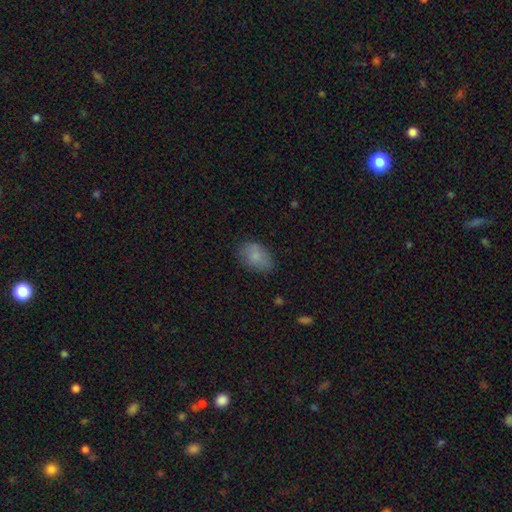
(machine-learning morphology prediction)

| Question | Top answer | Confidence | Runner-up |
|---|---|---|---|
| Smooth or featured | smooth | 82% | featured or disk (10%) |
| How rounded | in between | 87% | round (11%) |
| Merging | none | 74% | minor disturbance (19%) |